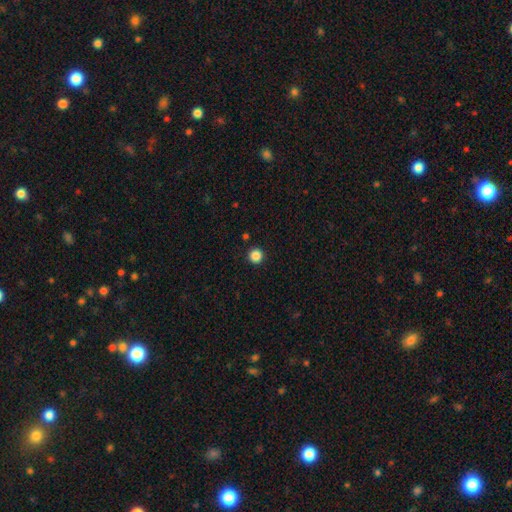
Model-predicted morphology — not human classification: Smooth or featured: smooth — 86% (star or artifact — 11%)
How rounded: round — 96% (in between — 3%)
Merging: none — 93% (minor disturbance — 4%)